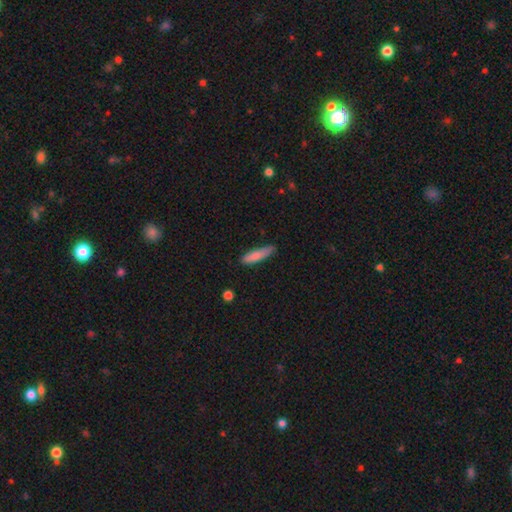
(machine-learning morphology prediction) type=smooth (82%); roundness=cigar-shaped (80%); merging=none (77%).